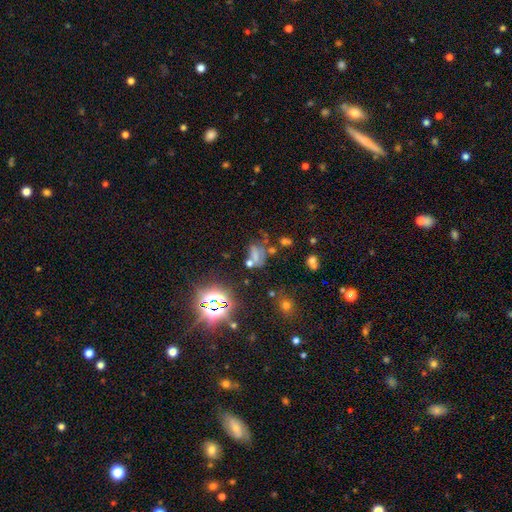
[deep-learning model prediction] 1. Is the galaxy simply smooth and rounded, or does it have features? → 38% star or artifact (tied), 38% smooth (tied), 24% featured or disk.